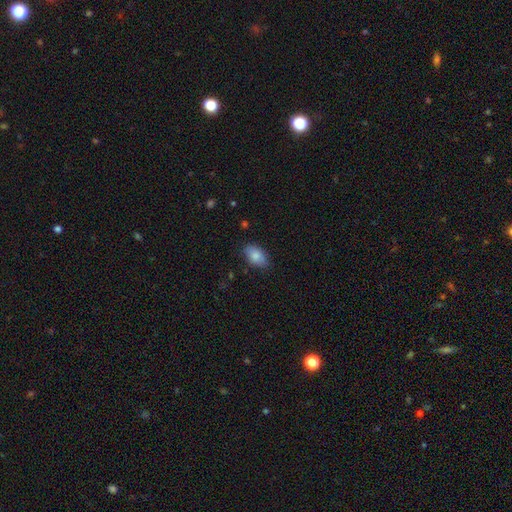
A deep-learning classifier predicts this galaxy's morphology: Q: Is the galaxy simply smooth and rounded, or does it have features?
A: smooth — 85%.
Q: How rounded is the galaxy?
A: in between — 91%.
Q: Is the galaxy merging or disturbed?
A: none — 82%.